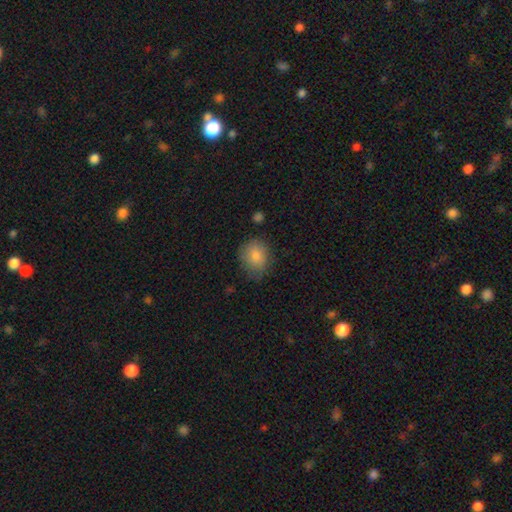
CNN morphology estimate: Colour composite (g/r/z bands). It shows a smooth galaxy with no disk features (82%) that is round (54%). Merging: none (72%).